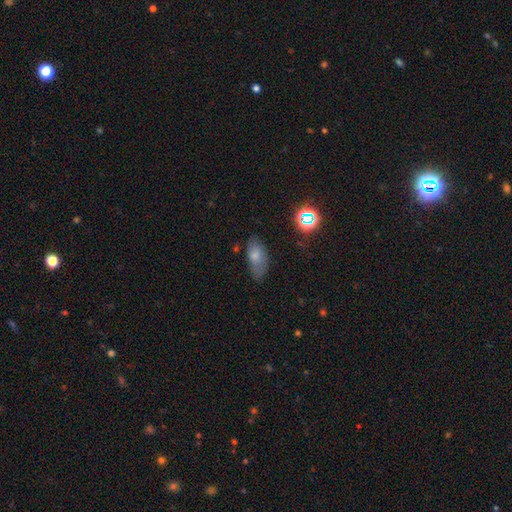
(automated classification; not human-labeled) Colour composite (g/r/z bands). It shows a smooth galaxy with no disk features (73%) that is in between round and cigar-shaped (89%). Merging: none (64%).